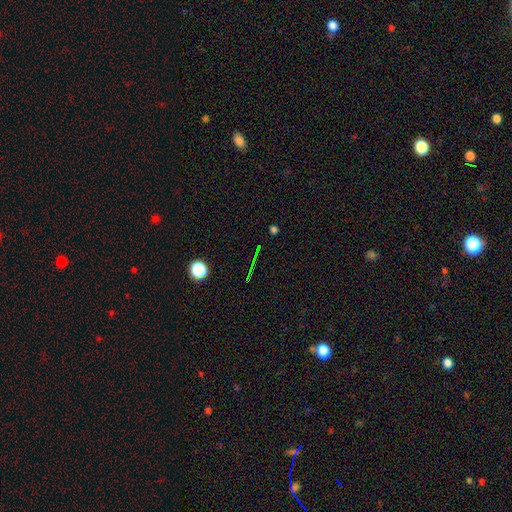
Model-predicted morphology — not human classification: Smooth or featured: star or artifact — 69% (smooth — 18%)